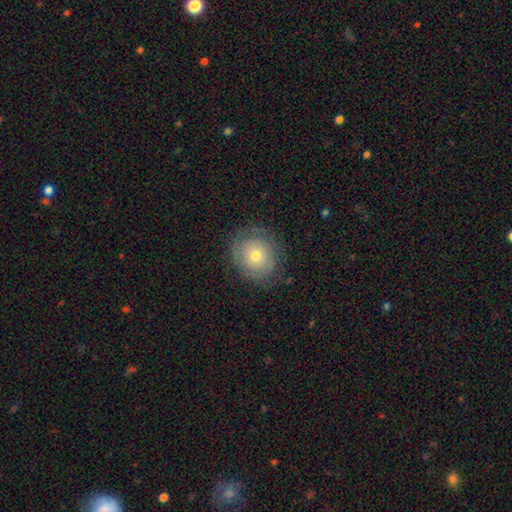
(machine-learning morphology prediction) smooth 51%, featured or disk 40%, star or artifact 9%. Down the decision tree: how rounded — round (79%); merging — none (77%).